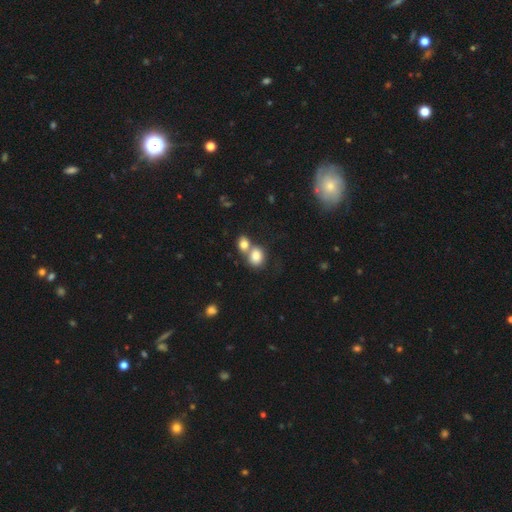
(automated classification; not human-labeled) smooth 82%, featured or disk 9%, star or artifact 9%. Down the decision tree: how rounded — round (55%); merging — merger (57%).